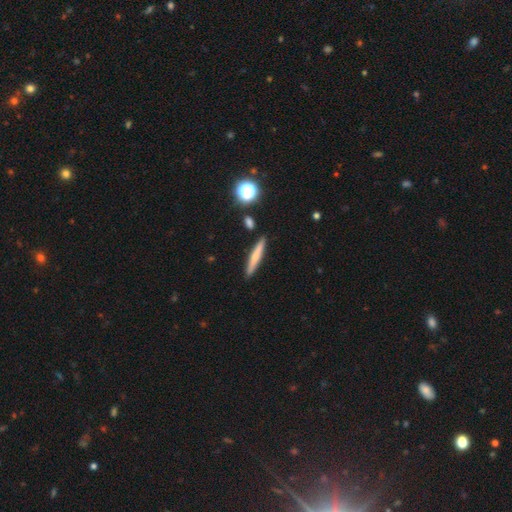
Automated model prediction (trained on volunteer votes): smooth 60%, featured or disk 33%, star or artifact 8%. Down the decision tree: how rounded — cigar-shaped (92%); merging — none (89%).